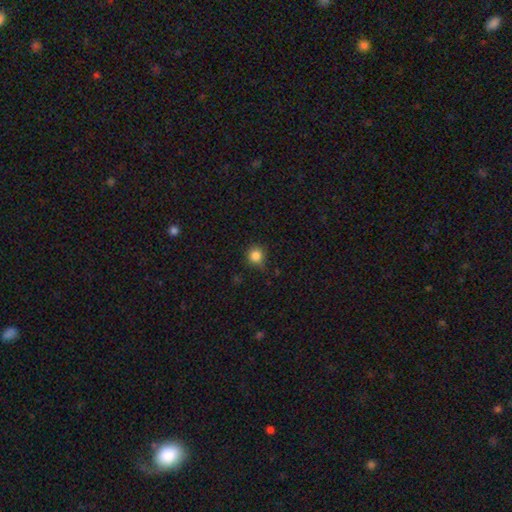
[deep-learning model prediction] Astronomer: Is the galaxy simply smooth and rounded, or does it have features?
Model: smooth — 85%.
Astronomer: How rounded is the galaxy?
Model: round — 91%.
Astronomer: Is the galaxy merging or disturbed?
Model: none — 74%.